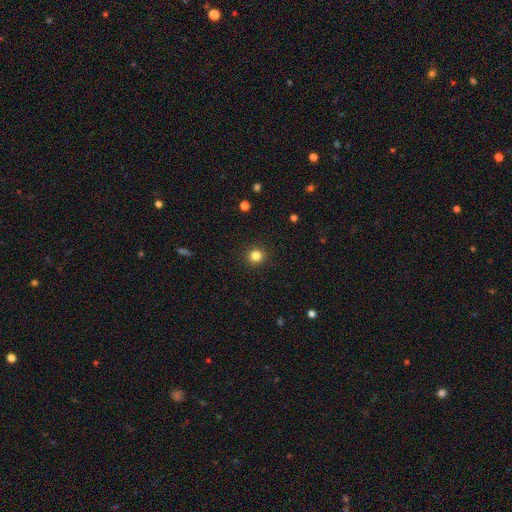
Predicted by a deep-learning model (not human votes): Q: Smooth or featured?
A: smooth (83%); runner-up: star or artifact (12%)
Q: How rounded?
A: round (93%); runner-up: in between (6%)
Q: Merging?
A: none (92%); runner-up: minor disturbance (5%)